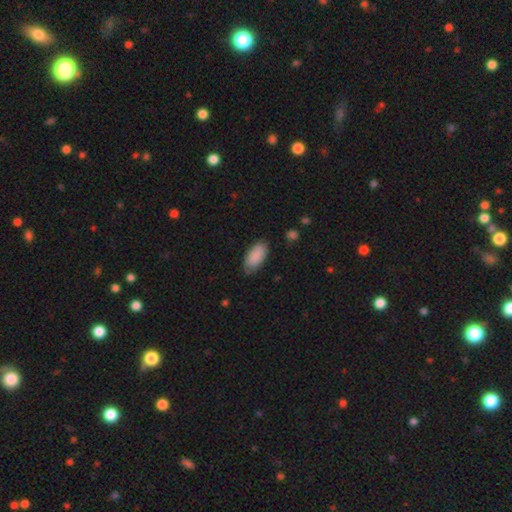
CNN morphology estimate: This appears to be a smooth galaxy with no disk features (88%) that is in between round and cigar-shaped (93%). Merging: none (76%).